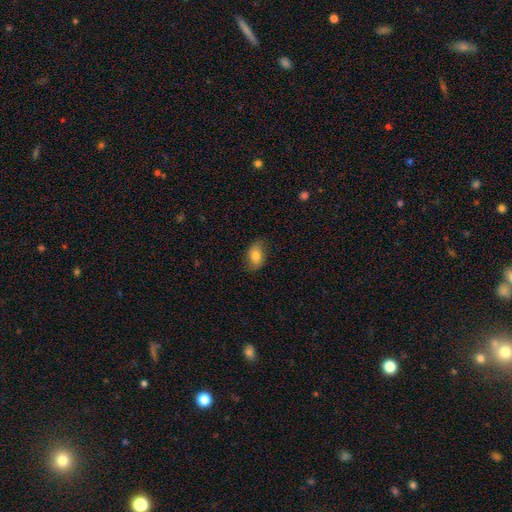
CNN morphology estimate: Smooth or featured: smooth — 74% (featured or disk — 18%)
How rounded: in between — 85% (round — 13%)
Merging: none — 77% (minor disturbance — 18%)